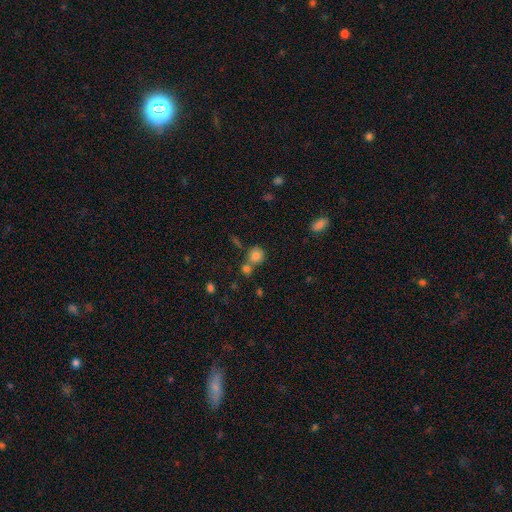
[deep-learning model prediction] Smooth or featured? Predicted: smooth (p=0.80). How rounded? Predicted: round (p=0.86). Merging? Predicted: none (p=0.56).